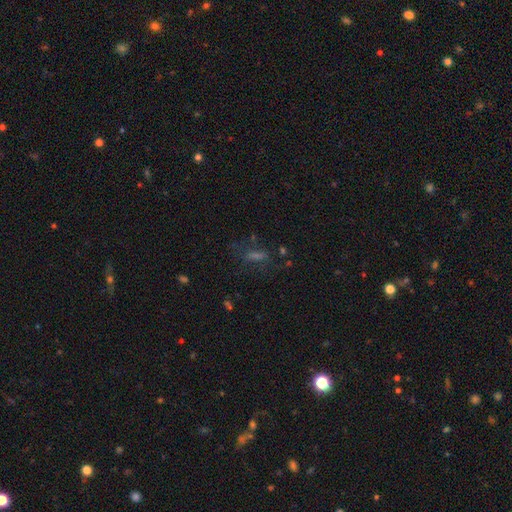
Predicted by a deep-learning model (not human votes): Smooth or featured?
  - smooth: 37% *
  - star or artifact: 33%
  - featured or disk: 30%
Merging?
  - none: 62% *
  - minor disturbance: 18%
  - major disturbance: 17%
  - merger: 4%